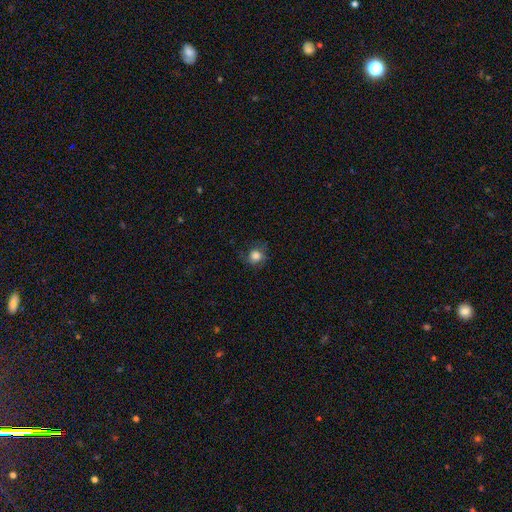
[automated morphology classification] This is likely a smooth galaxy (79%). How rounded: clearly round (86%). Merging: likely none (72%).